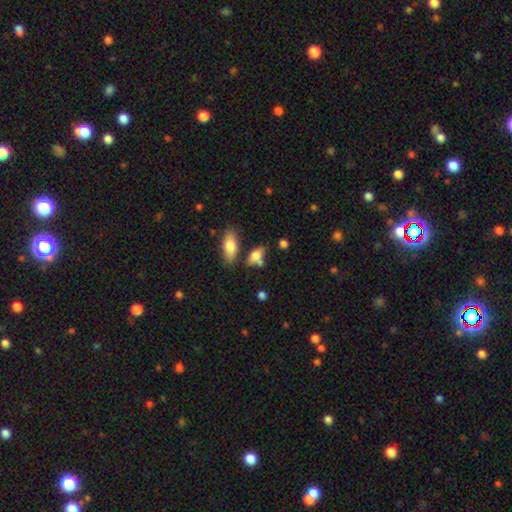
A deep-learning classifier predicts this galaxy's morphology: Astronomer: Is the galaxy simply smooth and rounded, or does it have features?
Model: smooth — 72%.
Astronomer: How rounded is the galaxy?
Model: in between — 72%.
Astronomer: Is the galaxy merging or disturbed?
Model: none — 58%.